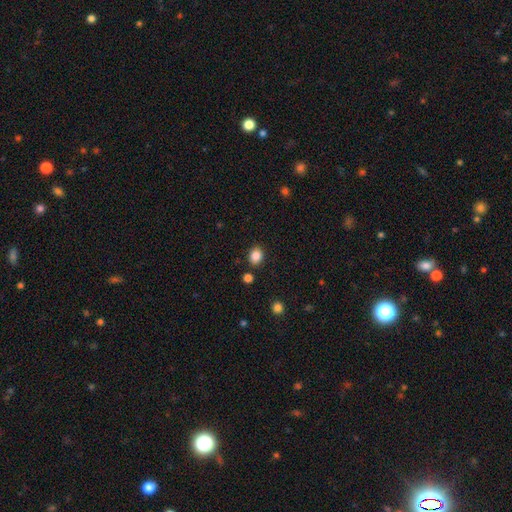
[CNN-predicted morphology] Smooth or featured: smooth — 85% (star or artifact — 10%)
How rounded: round — 53% (in between — 46%)
Merging: none — 86% (minor disturbance — 8%)